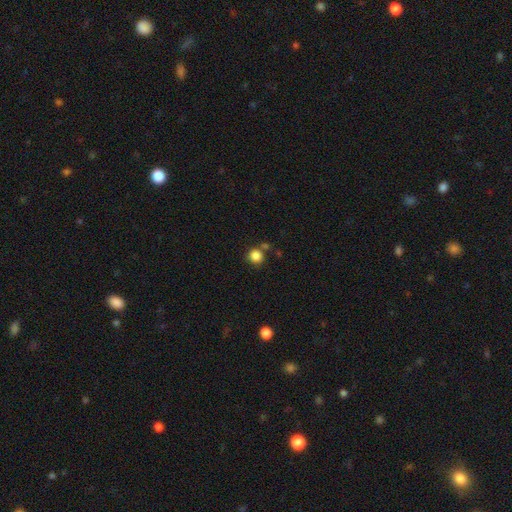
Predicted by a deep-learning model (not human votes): Smooth or featured: smooth — 86% (star or artifact — 11%)
How rounded: round — 91% (in between — 8%)
Merging: none — 76% (merger — 11%)